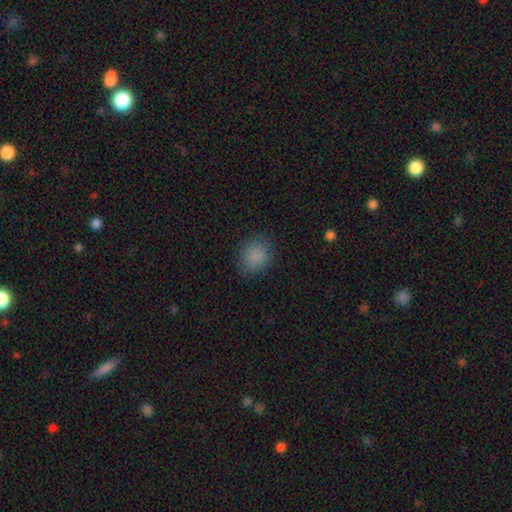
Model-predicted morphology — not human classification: A smooth galaxy with no disk features (85%) that is round (67%). Merging: none (83%).